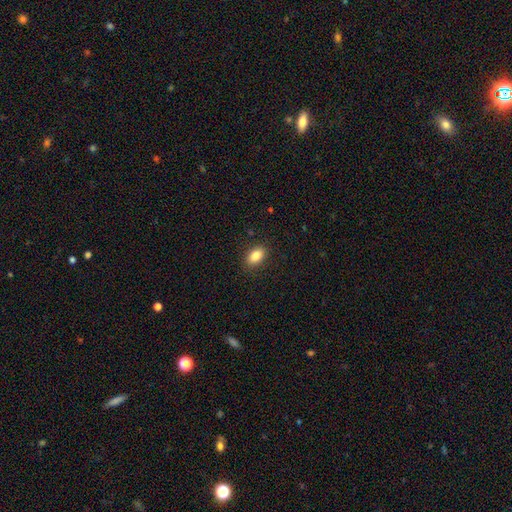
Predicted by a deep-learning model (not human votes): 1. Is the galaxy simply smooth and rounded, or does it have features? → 85% smooth, 8% star or artifact, 7% featured or disk.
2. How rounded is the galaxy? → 88% in between, 9% round, 2% cigar-shaped.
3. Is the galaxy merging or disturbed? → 88% none, 8% minor disturbance, 2% major disturbance, 1% merger.